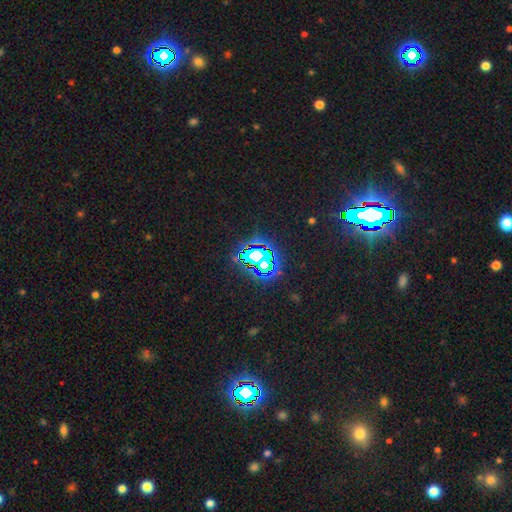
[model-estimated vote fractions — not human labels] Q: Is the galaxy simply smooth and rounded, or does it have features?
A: star or artifact — 77%.